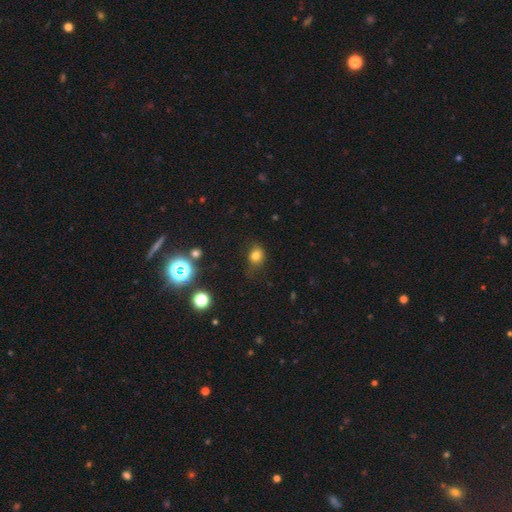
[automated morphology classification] This appears to be a smooth galaxy with no disk features (77%) that is round (57%). Merging: none (66%).